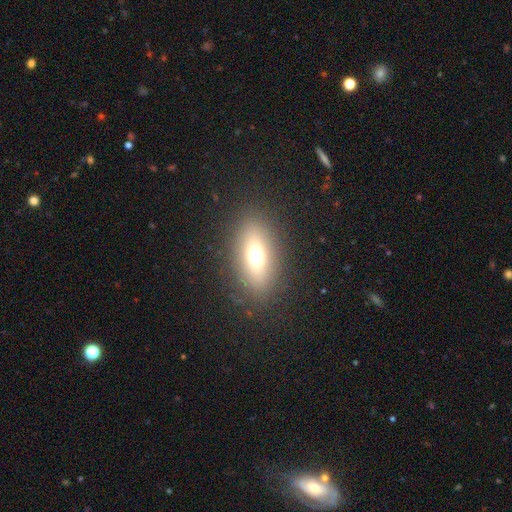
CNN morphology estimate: This is possibly a smooth galaxy (58%). How rounded: likely in between (71%). Merging: clearly none (85%).